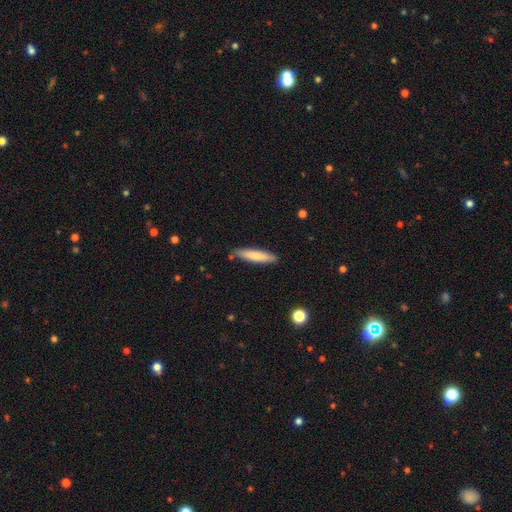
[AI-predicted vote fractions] smooth-or-featured: smooth: 78% | featured or disk: 16% | star or artifact: 5%
  how-rounded: cigar-shaped: 82% | in between: 16% | round: 1%
  merging: none: 85% | minor disturbance: 11% | merger: 2% | major disturbance: 2%